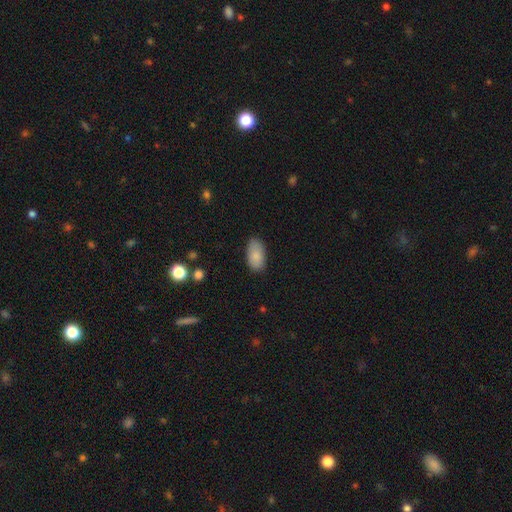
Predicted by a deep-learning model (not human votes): Smooth or featured: smooth — 86% (featured or disk — 7%)
How rounded: in between — 94% (round — 4%)
Merging: none — 83% (minor disturbance — 13%)